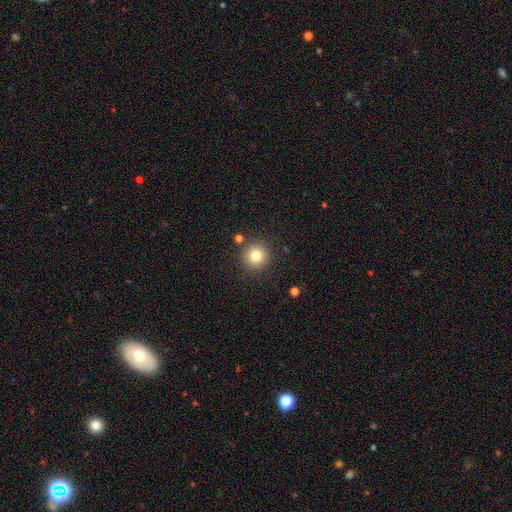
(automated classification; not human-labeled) The model was most divided on "smooth or featured": smooth: 80%, star or artifact: 12%, featured or disk: 8%. More confident: how rounded — round (94%); merging — none (87%).